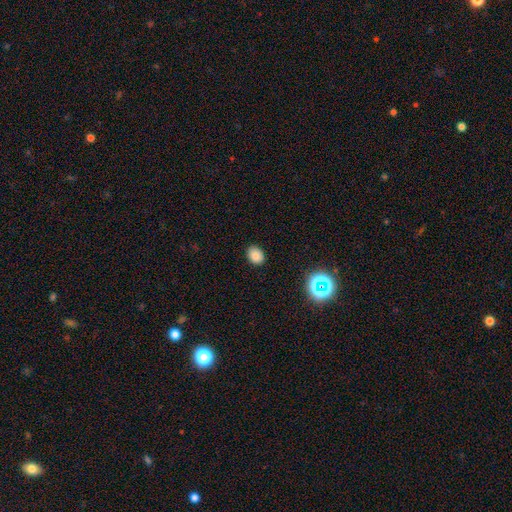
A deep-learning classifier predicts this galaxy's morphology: Smooth or featured? smooth (82%)
How rounded? in between (64%)
Merging? none (87%)